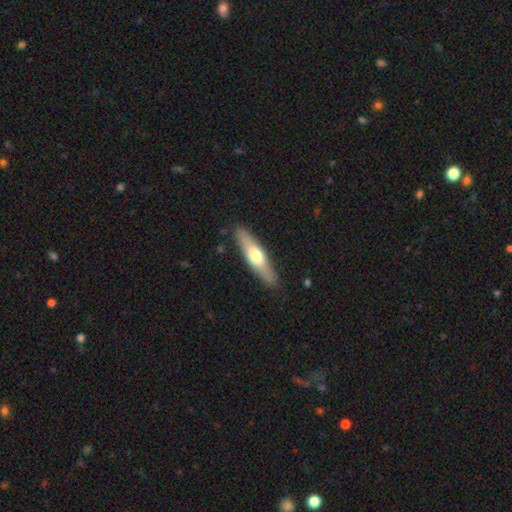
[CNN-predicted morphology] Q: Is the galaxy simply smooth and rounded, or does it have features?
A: smooth — 52%.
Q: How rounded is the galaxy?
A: cigar-shaped — 74%.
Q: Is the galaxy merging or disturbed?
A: none — 87%.